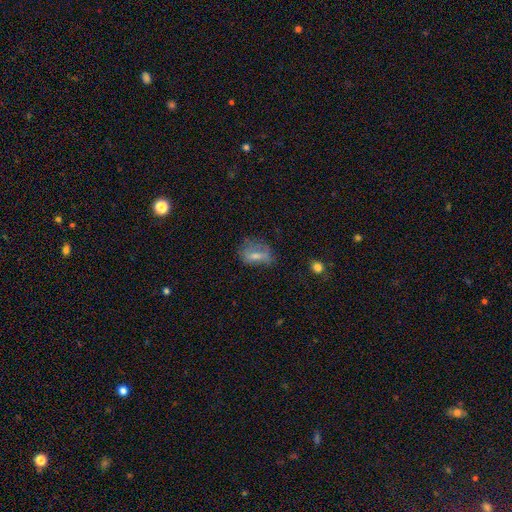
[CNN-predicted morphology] type=smooth (57%); roundness=in between (73%); merging=none (41%).